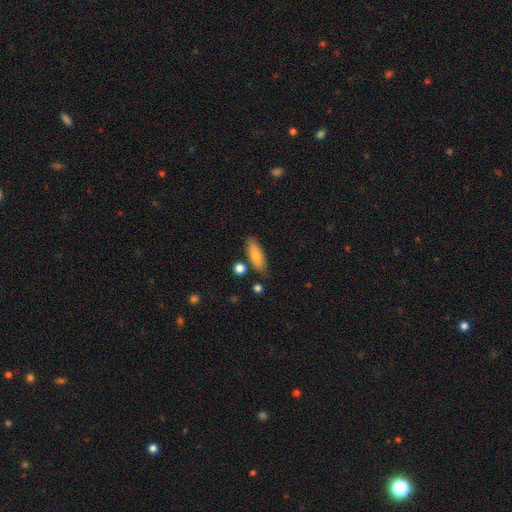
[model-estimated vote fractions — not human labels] Smooth or featured? smooth (77%)
How rounded? in between (62%)
Merging? none (78%)